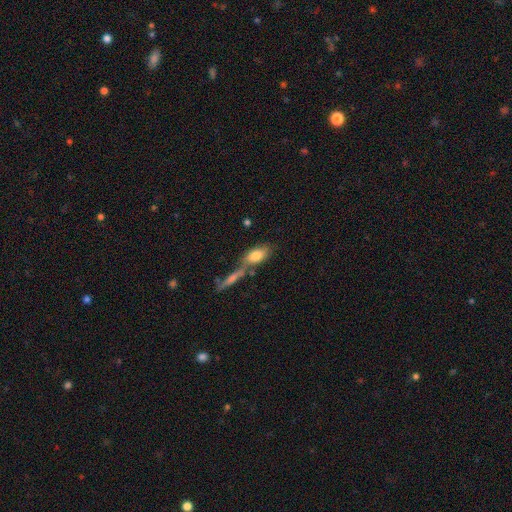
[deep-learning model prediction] Morphology: type=smooth (76%); roundness=in between (81%); merging=none (45%).